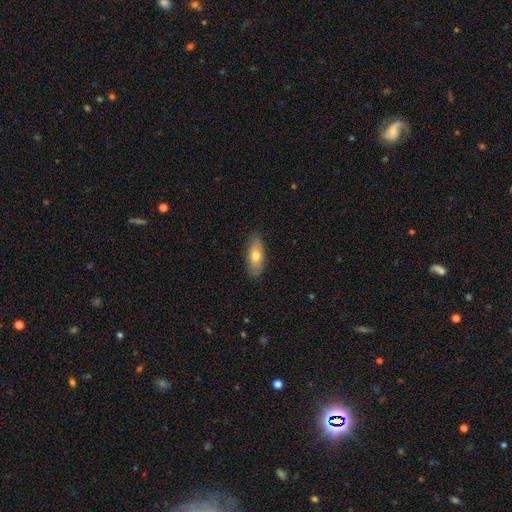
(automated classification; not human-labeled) Morphology: type=smooth (70%); roundness=in between (78%); merging=none (85%).